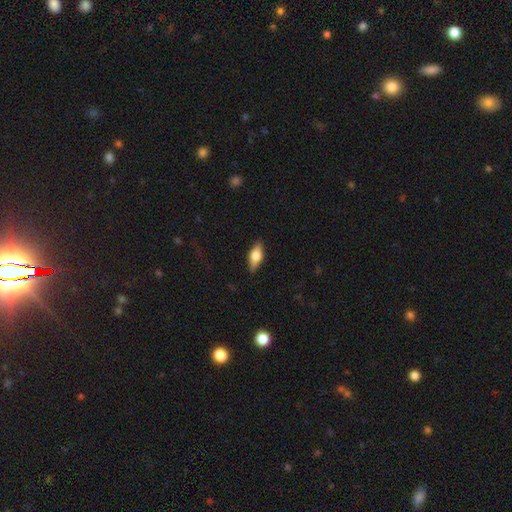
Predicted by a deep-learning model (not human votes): Morphology: type=smooth (53%); roundness=in between (73%); merging=none (86%).